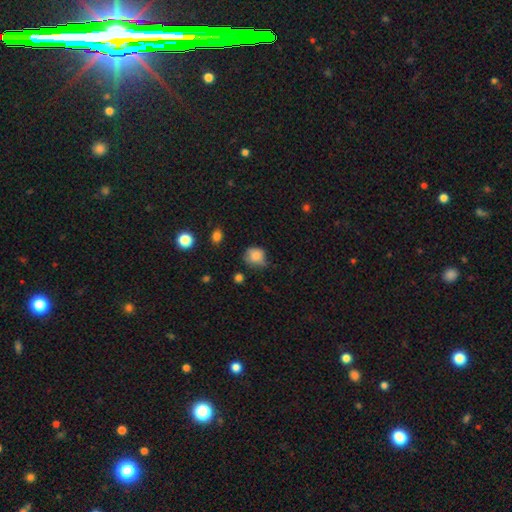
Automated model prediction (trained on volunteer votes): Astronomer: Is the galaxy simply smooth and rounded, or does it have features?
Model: smooth — 80%.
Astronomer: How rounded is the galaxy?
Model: round — 72%.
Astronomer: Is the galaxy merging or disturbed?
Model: none — 50% (runner-up: minor disturbance, 37%).